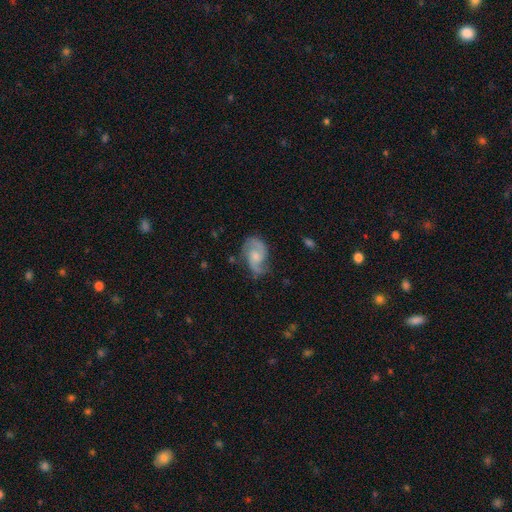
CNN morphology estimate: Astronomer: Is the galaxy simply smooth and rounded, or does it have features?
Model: featured or disk — 78%.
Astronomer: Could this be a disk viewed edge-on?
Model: no — 97%.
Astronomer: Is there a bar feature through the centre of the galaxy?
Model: no — 60% (runner-up: weak, 35%).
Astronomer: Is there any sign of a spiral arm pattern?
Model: yes — 95%.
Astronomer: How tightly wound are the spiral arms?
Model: medium — 49% (runner-up: loose, 34%).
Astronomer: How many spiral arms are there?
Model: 2 — 88%.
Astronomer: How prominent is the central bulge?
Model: moderate — 41% (runner-up: small, 37%).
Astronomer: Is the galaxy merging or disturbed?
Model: none — 67%.